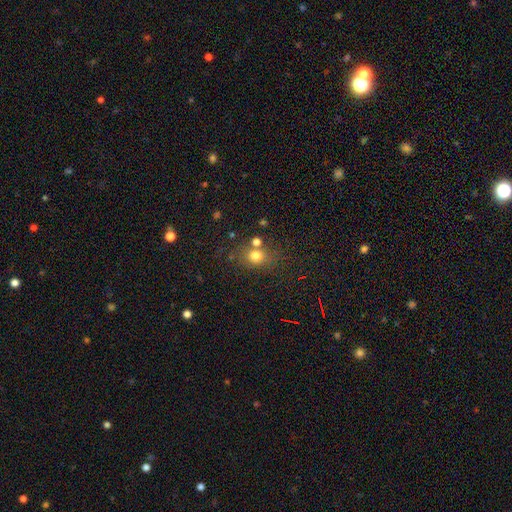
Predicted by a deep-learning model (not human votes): smooth-or-featured: smooth: 73% | star or artifact: 16% | featured or disk: 11%
  how-rounded: round: 63% | in between: 36% | cigar-shaped: 1%
  merging: none: 66% | merger: 14% | minor disturbance: 14% | major disturbance: 6%